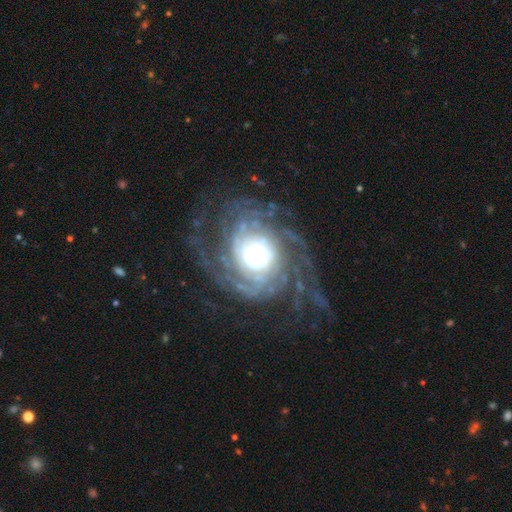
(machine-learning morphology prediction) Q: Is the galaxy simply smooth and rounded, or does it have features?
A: featured or disk — 89%.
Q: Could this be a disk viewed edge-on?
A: no — 97%.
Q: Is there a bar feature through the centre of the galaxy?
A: no — 71%.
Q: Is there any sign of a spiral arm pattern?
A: yes — 96%.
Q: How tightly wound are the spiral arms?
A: tight — 64%.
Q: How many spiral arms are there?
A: can't tell — 28%.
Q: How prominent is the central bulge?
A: moderate — 51%.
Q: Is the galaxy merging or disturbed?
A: none — 66%.